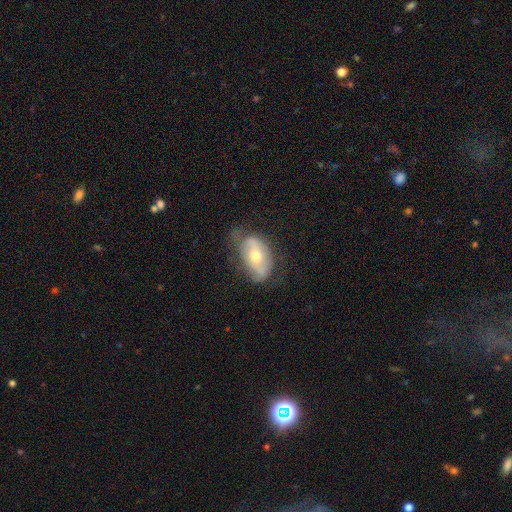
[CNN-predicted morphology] This appears to be a featured or disk galaxy (49%). Merging: none (52%).